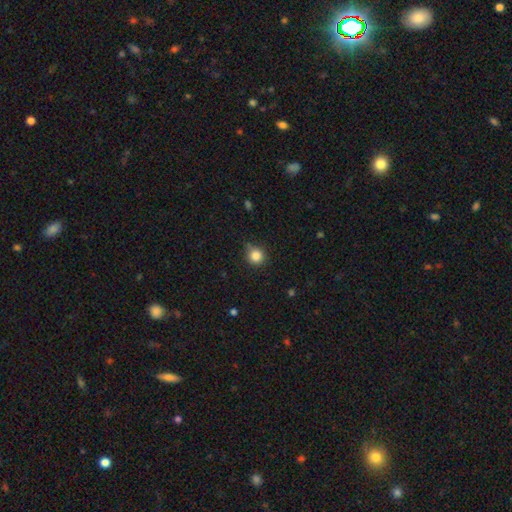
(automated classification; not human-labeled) This appears to be a smooth galaxy with no disk features (83%) that is round (91%). Merging: none (72%).